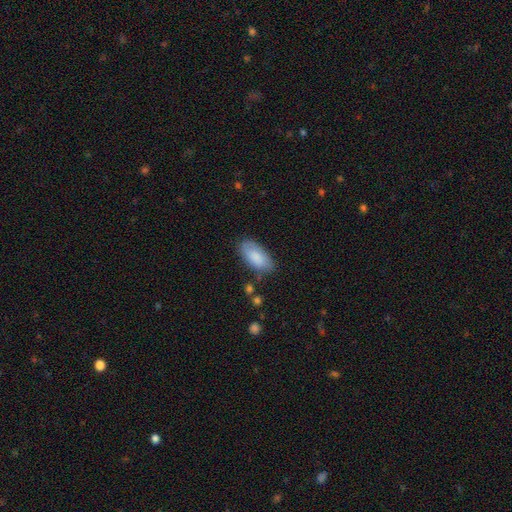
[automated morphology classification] Overall: smooth (83%). How rounded: in between (92%). Merging: none (77%).